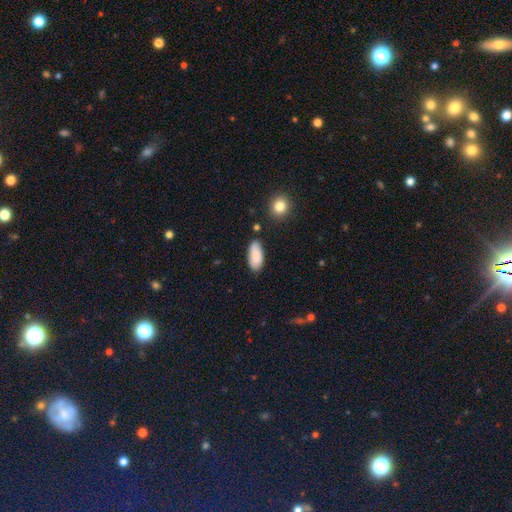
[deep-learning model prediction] Smooth or featured?
  - smooth: 85% *
  - featured or disk: 9%
  - star or artifact: 7%
How rounded?
  - in between: 87% *
  - cigar-shaped: 11%
  - round: 2%
Merging?
  - none: 79% *
  - minor disturbance: 15%
  - merger: 3%
  - major disturbance: 3%